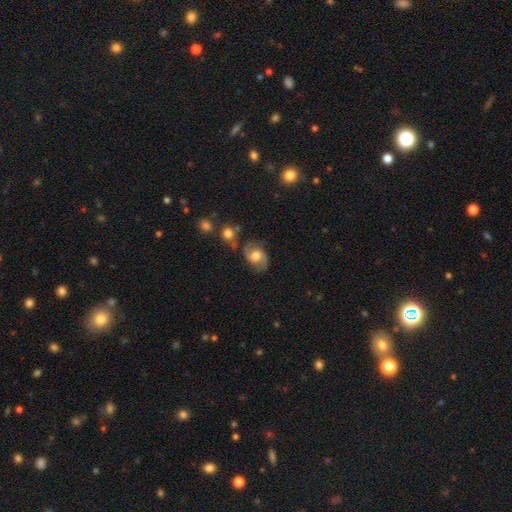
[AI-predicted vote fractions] smooth_or_featured: featured or disk (p=0.71) [alt: smooth p=0.21]
disk_edge_on: no (p=0.97) [alt: yes p=0.03]
bar: no (p=0.57) [alt: weak p=0.36]
has_spiral_arms: yes (p=0.92) [alt: no p=0.08]
spiral_winding: medium (p=0.52) [alt: loose p=0.32]
spiral_arm_count: 2 (p=0.92) [alt: can't tell p=0.04]
bulge_size: moderate (p=0.55) [alt: large p=0.33]
merging: none (p=0.73) [alt: minor disturbance p=0.17]